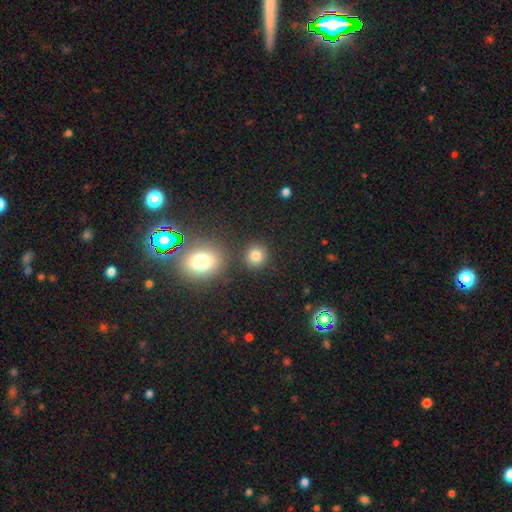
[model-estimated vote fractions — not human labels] The model was most divided on "smooth or featured": smooth: 81%, star or artifact: 13%, featured or disk: 6%. More confident: how rounded — round (88%); merging — none (84%).